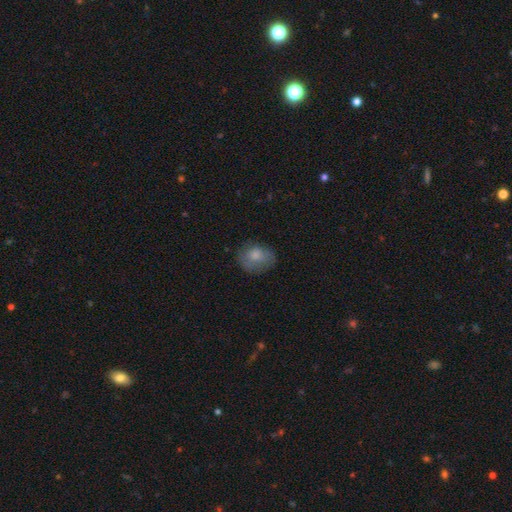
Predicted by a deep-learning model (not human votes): The model was most divided on "how rounded": round: 52%, in between: 47%, cigar-shaped: 1%. More confident: smooth or featured — smooth (76%); merging — none (66%).